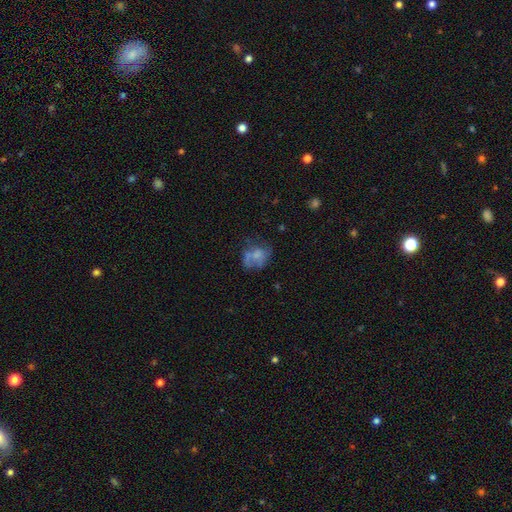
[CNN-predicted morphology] Smooth or featured?
  - smooth: 53% *
  - featured or disk: 36%
  - star or artifact: 12%
How rounded?
  - in between: 55% *
  - round: 43%
  - cigar-shaped: 1%
Merging?
  - none: 36% *
  - major disturbance: 25%
  - minor disturbance: 24%
  - merger: 16%